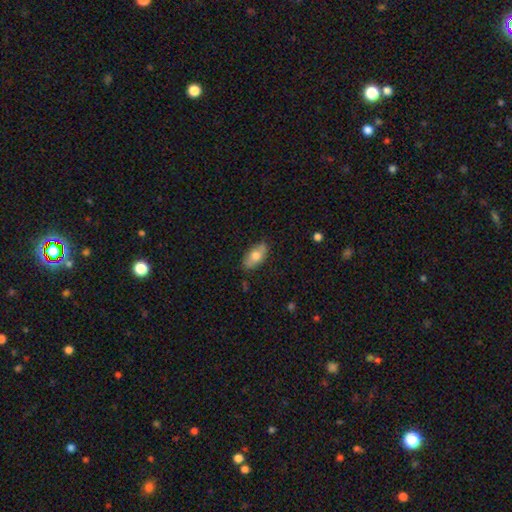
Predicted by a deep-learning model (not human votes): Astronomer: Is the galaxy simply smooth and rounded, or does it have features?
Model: smooth — 71%.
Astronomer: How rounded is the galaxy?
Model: in between — 91%.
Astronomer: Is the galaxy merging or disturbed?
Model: none — 82%.